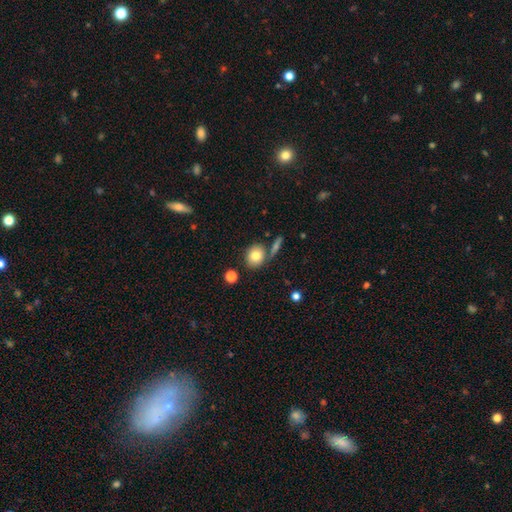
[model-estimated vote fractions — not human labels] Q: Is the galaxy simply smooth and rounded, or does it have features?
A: smooth — 80%.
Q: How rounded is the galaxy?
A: round — 66%.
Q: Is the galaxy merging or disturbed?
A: none — 72%.